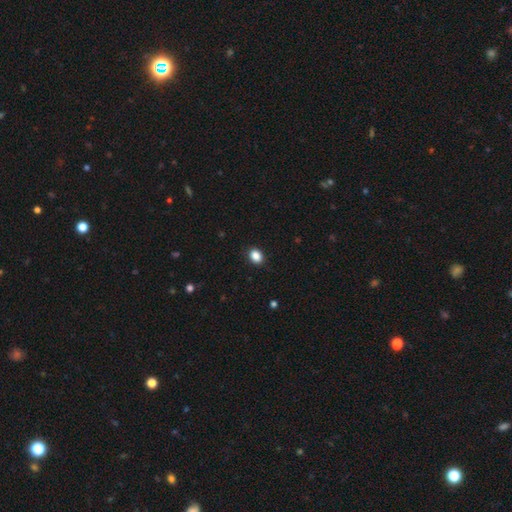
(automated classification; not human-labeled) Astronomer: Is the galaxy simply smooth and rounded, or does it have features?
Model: smooth — 88%.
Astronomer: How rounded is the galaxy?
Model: in between — 67%.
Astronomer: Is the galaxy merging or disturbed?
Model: none — 90%.